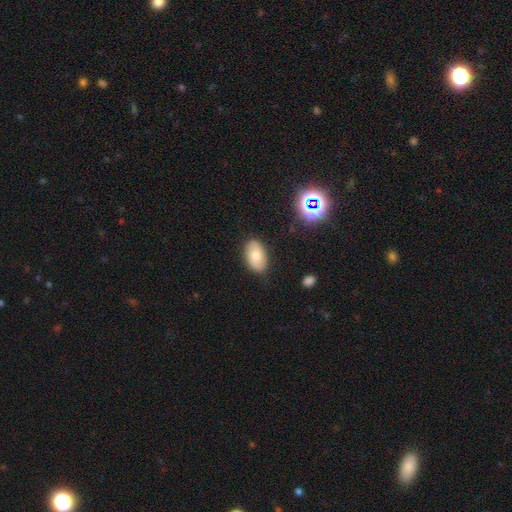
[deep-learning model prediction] A smooth galaxy with no disk features (69%) that is in between round and cigar-shaped (92%).

Vote fractions:
- Smooth or featured? smooth: 69% / featured or disk: 22% / star or artifact: 9%
- How rounded? in between: 92% / round: 6% / cigar-shaped: 1%
- Merging? none: 83% / minor disturbance: 13% / major disturbance: 3% / merger: 2%